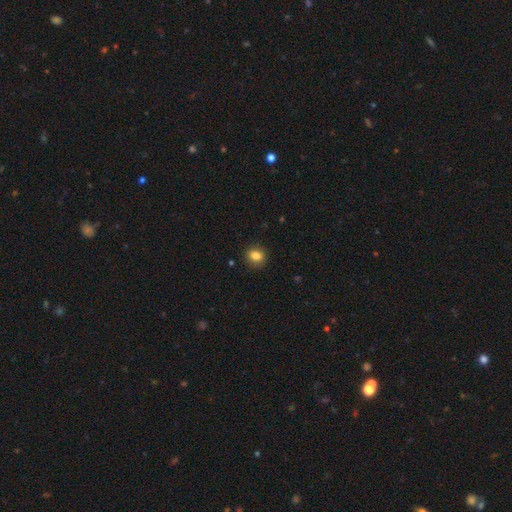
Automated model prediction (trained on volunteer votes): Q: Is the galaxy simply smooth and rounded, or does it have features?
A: smooth — 84%.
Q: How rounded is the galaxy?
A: round — 61%.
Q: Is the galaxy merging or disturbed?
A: none — 88%.